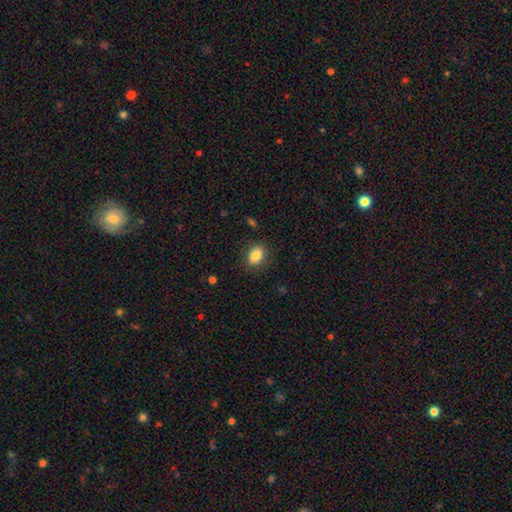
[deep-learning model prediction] A smooth galaxy with no disk features (85%) that is in between round and cigar-shaped (76%).

Vote fractions:
- Smooth or featured? smooth: 85% / star or artifact: 9% / featured or disk: 7%
- How rounded? in between: 76% / round: 22% / cigar-shaped: 1%
- Merging? none: 85% / minor disturbance: 11% / major disturbance: 3% / merger: 1%